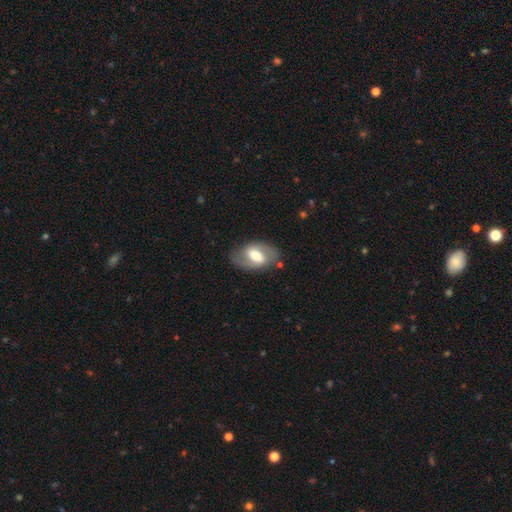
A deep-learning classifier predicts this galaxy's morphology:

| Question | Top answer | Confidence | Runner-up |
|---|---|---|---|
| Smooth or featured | featured or disk | 62% | smooth (32%) |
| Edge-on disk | no | 94% | yes (6%) |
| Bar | weak | 42% | strong (39%) |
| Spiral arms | yes | 66% | no (34%) |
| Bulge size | moderate | 58% | large (25%) |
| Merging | none | 78% | minor disturbance (14%) |